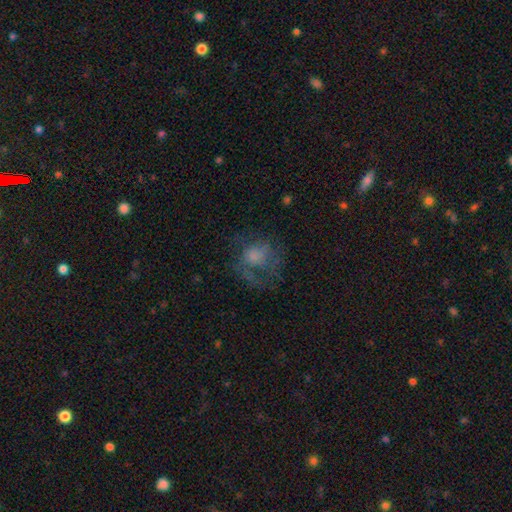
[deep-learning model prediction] A smooth galaxy with no disk features (47%).

Vote fractions:
- Smooth or featured? smooth: 47% / featured or disk: 39% / star or artifact: 14%
- Merging? none: 42% / major disturbance: 38% / minor disturbance: 18% / merger: 2%